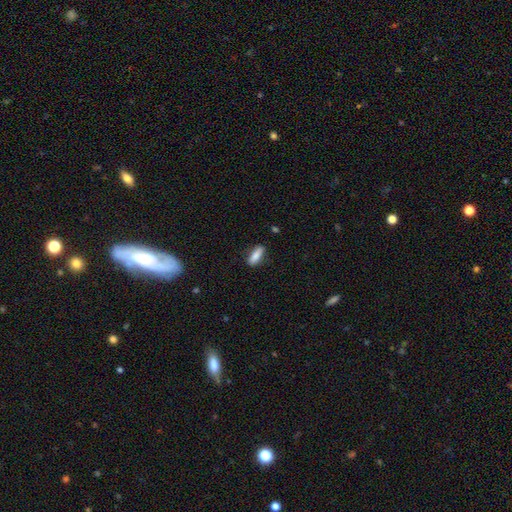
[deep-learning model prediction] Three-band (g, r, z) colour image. It shows a smooth galaxy with no disk features (83%) that is in between round and cigar-shaped (65%). Merging: none (82%).